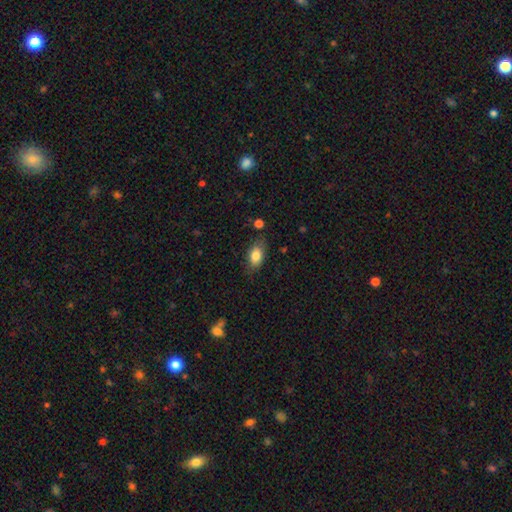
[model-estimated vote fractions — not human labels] smooth-or-featured: smooth: 81% | featured or disk: 12% | star or artifact: 7%
  how-rounded: in between: 89% | round: 7% | cigar-shaped: 4%
  merging: none: 76% | minor disturbance: 17% | major disturbance: 4% | merger: 3%